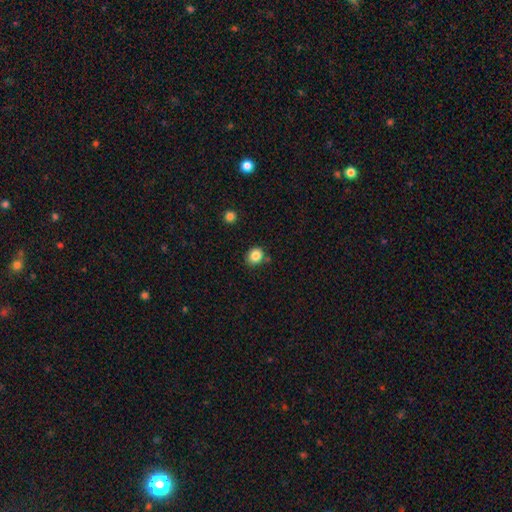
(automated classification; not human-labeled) smooth_or_featured: smooth (p=0.85) [alt: star or artifact p=0.10]
how_rounded: round (p=0.61) [alt: in between p=0.39]
merging: none (p=0.80) [alt: minor disturbance p=0.12]